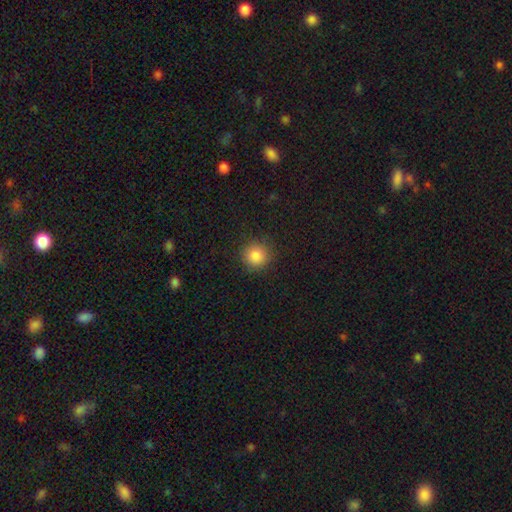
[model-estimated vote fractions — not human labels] This is clearly a smooth galaxy (85%). How rounded: clearly round (94%). Merging: clearly none (90%).